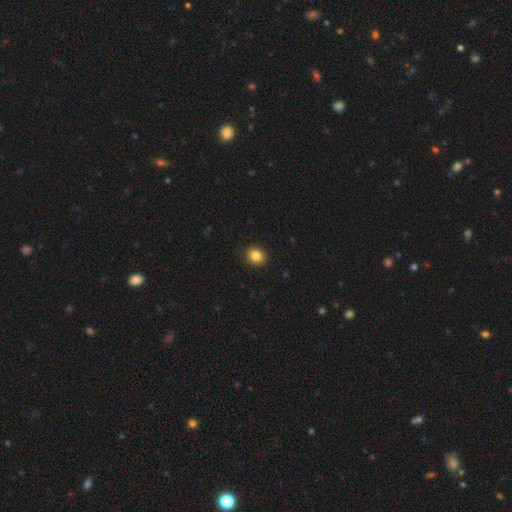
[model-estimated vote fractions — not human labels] Overall: smooth (84%). How rounded: round (63%; in between 36%). Merging: none (91%).